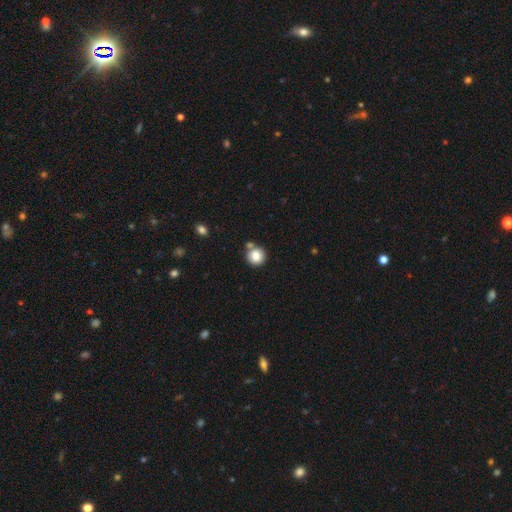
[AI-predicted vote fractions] Overall: smooth (84%). How rounded: round (92%). Merging: none (71%).